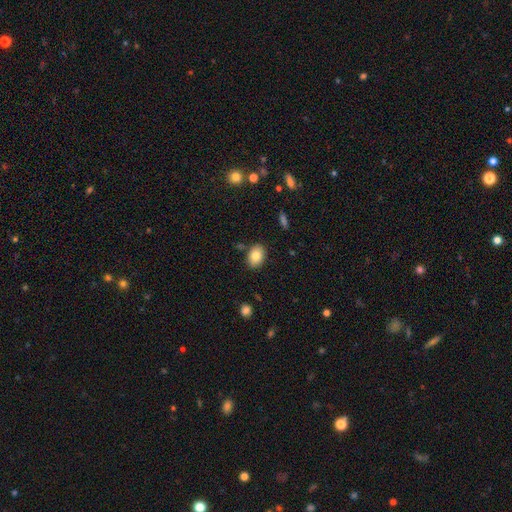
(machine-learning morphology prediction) A smooth galaxy with no disk features (83%) that is in between round and cigar-shaped (76%). Merging: none (84%).